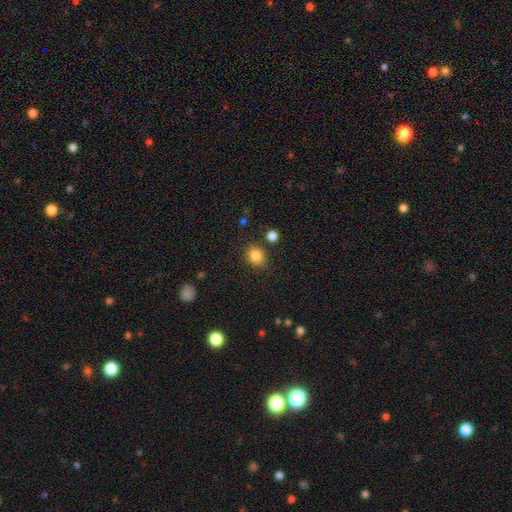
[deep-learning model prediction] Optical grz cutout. It shows a smooth galaxy with no disk features (85%) that is round (74%). Merging: none (84%).